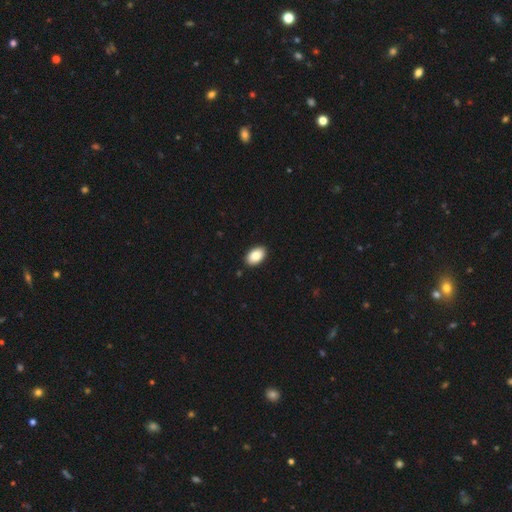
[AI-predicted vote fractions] Smooth or featured? Predicted: smooth (p=0.88). How rounded? Predicted: in between (p=0.92). Merging? Predicted: none (p=0.91).